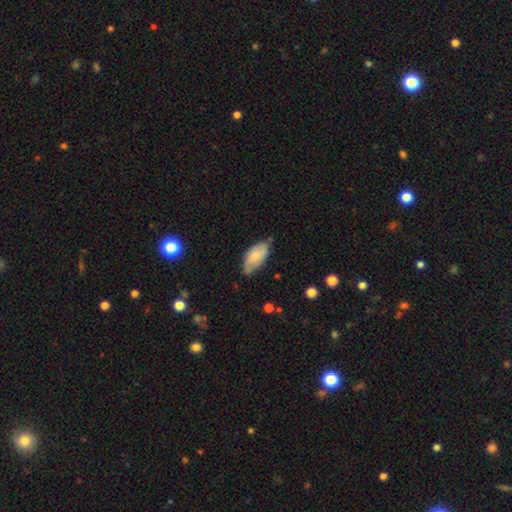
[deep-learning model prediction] Smooth or featured? smooth (69%)
How rounded? in between (92%)
Merging? none (60%)